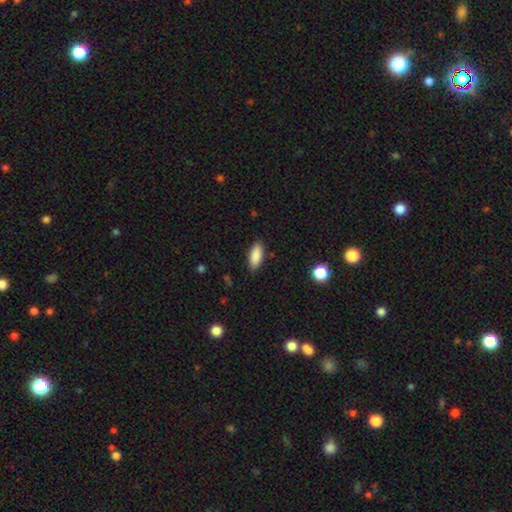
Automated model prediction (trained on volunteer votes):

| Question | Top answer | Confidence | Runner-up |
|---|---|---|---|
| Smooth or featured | smooth | 88% | star or artifact (6%) |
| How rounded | in between | 84% | cigar-shaped (14%) |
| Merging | none | 86% | minor disturbance (10%) |